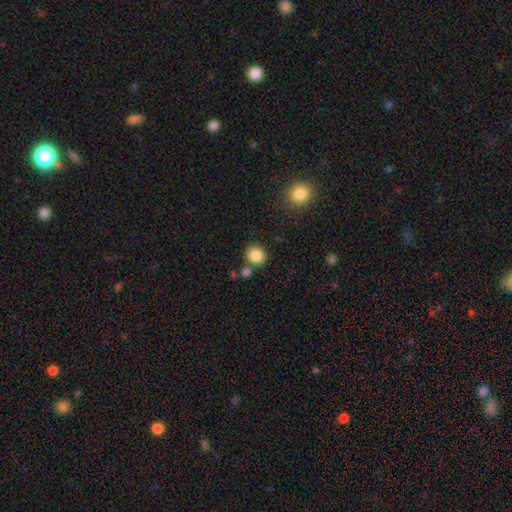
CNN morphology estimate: This appears to be a smooth galaxy with no disk features (85%) that is round (79%). Merging: none (77%).